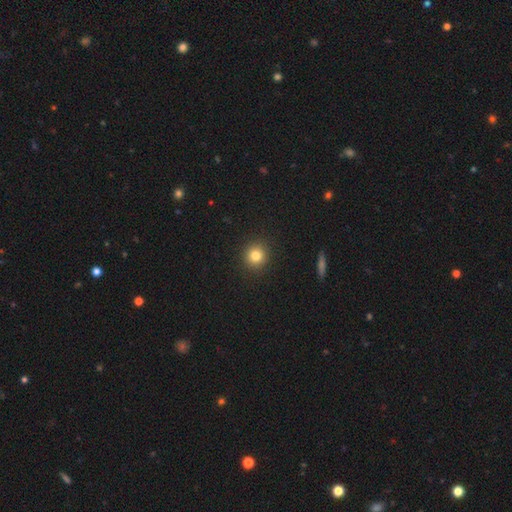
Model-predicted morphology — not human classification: A smooth galaxy with no disk features (82%) that is round (92%).

Vote fractions:
- Smooth or featured? smooth: 82% / star or artifact: 11% / featured or disk: 7%
- How rounded? round: 92% / in between: 7% / cigar-shaped: 1%
- Merging? none: 92% / minor disturbance: 5% / major disturbance: 2% / merger: 1%